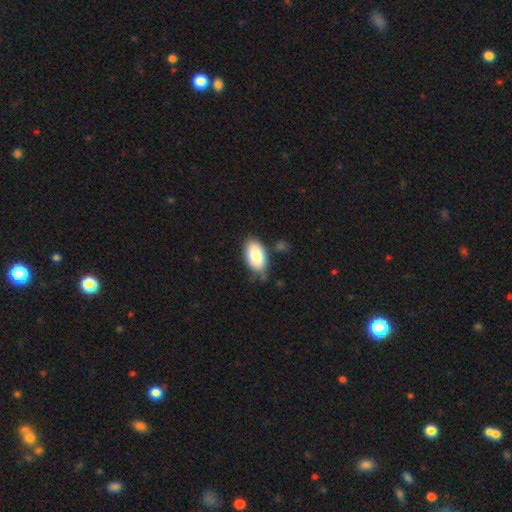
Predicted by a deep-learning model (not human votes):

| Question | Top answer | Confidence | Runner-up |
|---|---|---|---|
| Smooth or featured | smooth | 85% | featured or disk (8%) |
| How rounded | in between | 94% | round (4%) |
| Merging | none | 70% | minor disturbance (21%) |